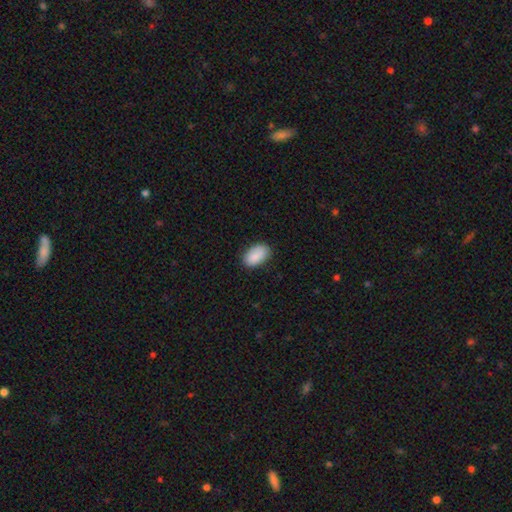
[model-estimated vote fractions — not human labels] smooth-or-featured: smooth: 88% | star or artifact: 7% | featured or disk: 6%
  how-rounded: in between: 94% | round: 5% | cigar-shaped: 1%
  merging: none: 83% | minor disturbance: 14% | major disturbance: 2% | merger: 1%